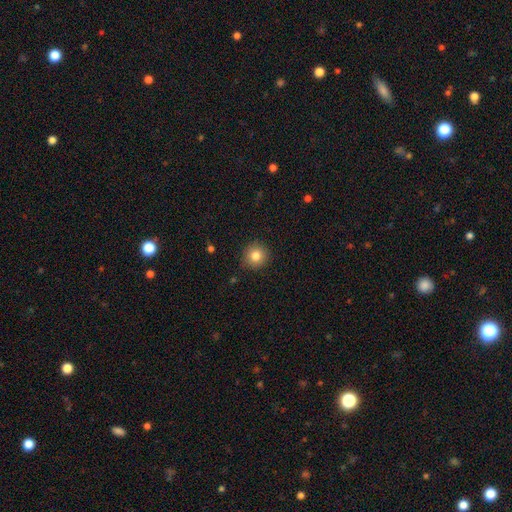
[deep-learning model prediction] Smooth or featured: smooth — 83% (star or artifact — 10%)
How rounded: round — 94% (in between — 5%)
Merging: none — 90% (minor disturbance — 7%)